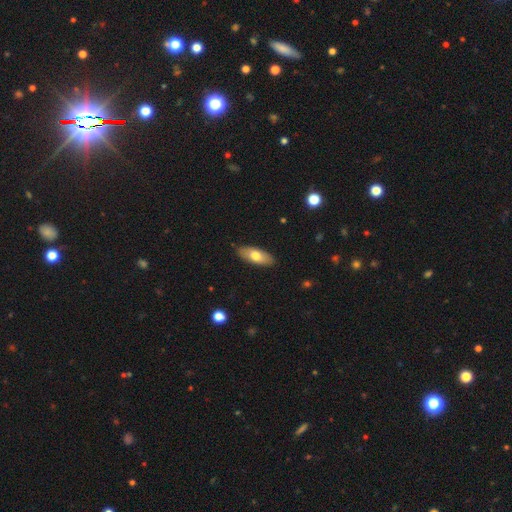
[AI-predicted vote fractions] This is likely a smooth galaxy (70%). How rounded: likely in between (80%). Merging: clearly none (87%).